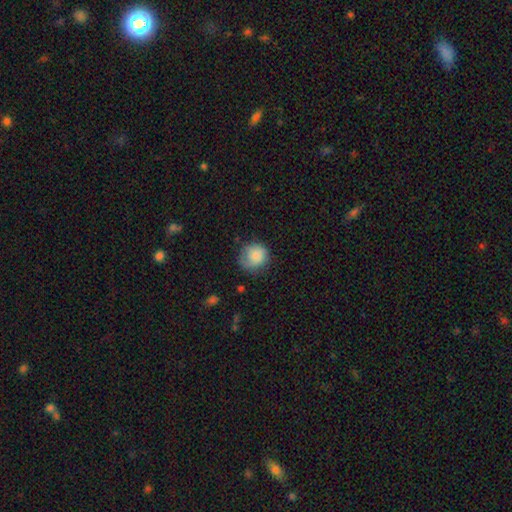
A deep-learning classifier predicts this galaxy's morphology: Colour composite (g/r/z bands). It shows a smooth galaxy with no disk features (83%) that is round (82%). Merging: none (62%).